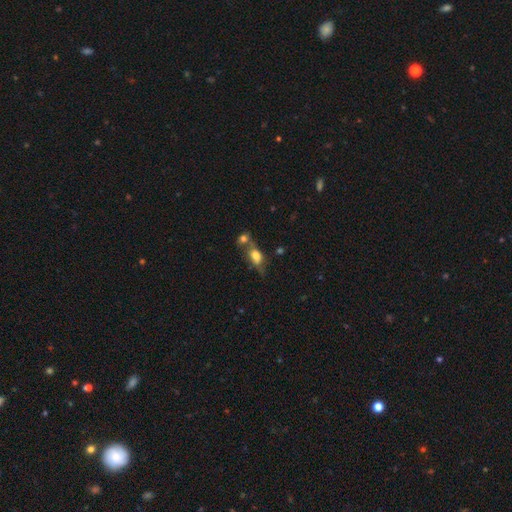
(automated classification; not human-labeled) Smooth or featured? Predicted: smooth (p=0.68). How rounded? Predicted: in between (p=0.75). Merging? Predicted: none (p=0.40).